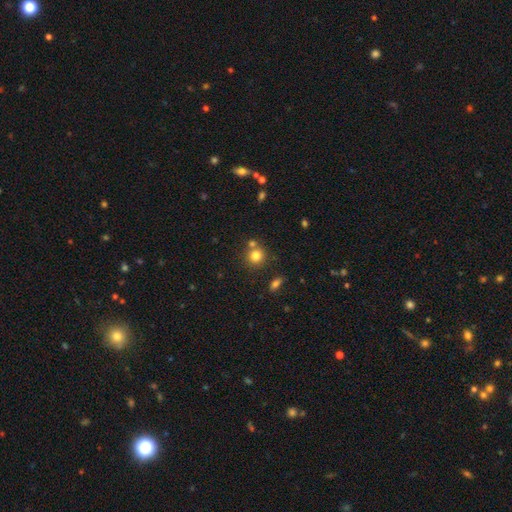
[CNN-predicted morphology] Smooth or featured?
  - smooth: 80% *
  - star or artifact: 13%
  - featured or disk: 8%
How rounded?
  - round: 89% *
  - in between: 10%
  - cigar-shaped: 1%
Merging?
  - none: 68% *
  - merger: 20%
  - minor disturbance: 9%
  - major disturbance: 3%